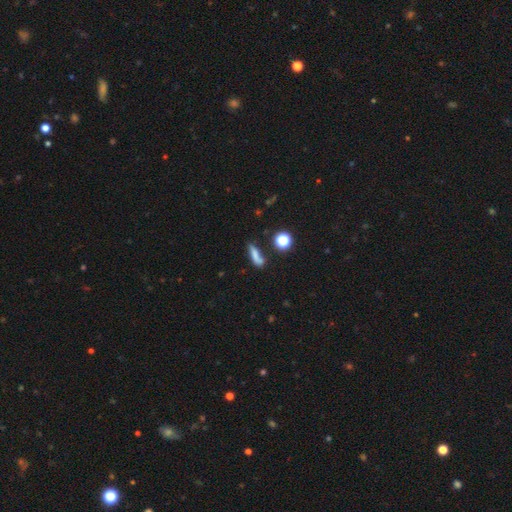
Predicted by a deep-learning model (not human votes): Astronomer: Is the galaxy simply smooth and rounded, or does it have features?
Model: smooth — 66%.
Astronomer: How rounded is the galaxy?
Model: cigar-shaped — 61%.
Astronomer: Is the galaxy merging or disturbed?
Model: none — 55%.